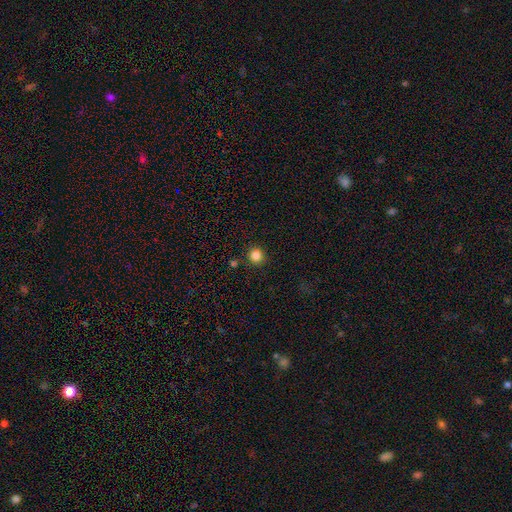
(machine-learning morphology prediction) smooth-or-featured: smooth: 84% | star or artifact: 12% | featured or disk: 4%
  how-rounded: round: 94% | in between: 5% | cigar-shaped: 1%
  merging: none: 89% | minor disturbance: 6% | merger: 3% | major disturbance: 2%